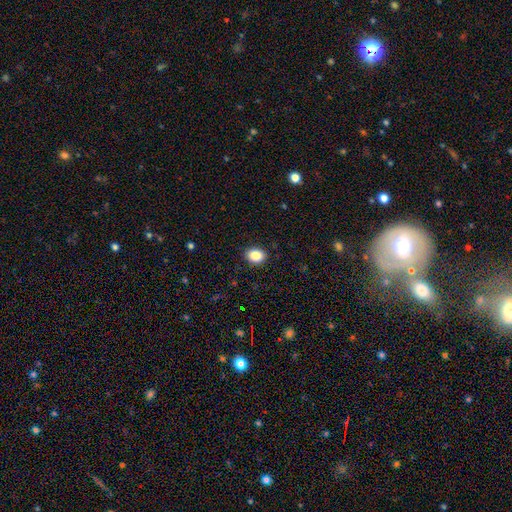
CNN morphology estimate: A smooth galaxy with no disk features (86%) that is round (50%).

Vote fractions:
- Smooth or featured? smooth: 86% / star or artifact: 9% / featured or disk: 5%
- How rounded? round: 50% / in between: 49% / cigar-shaped: 1%
- Merging? none: 89% / minor disturbance: 8% / major disturbance: 2% / merger: 1%